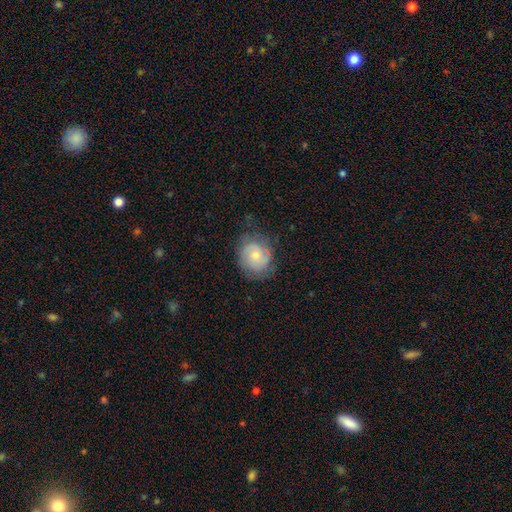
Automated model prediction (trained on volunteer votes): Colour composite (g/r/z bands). It shows a smooth galaxy with no disk features (56%) that is round (63%). Merging: none (66%).